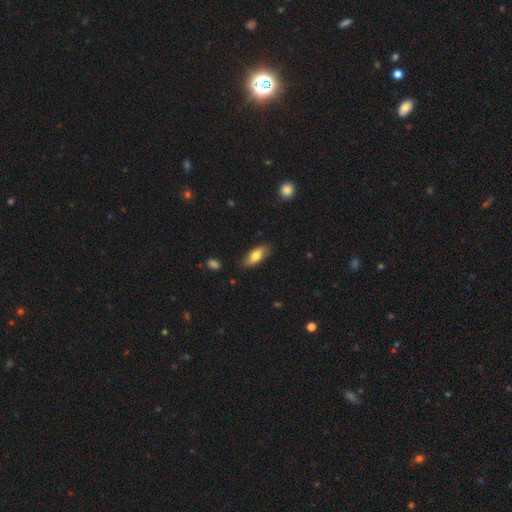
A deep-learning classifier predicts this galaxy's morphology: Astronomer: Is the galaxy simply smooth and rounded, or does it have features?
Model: smooth — 74%.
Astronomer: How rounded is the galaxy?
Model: in between — 83%.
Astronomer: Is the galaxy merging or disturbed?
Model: none — 79%.